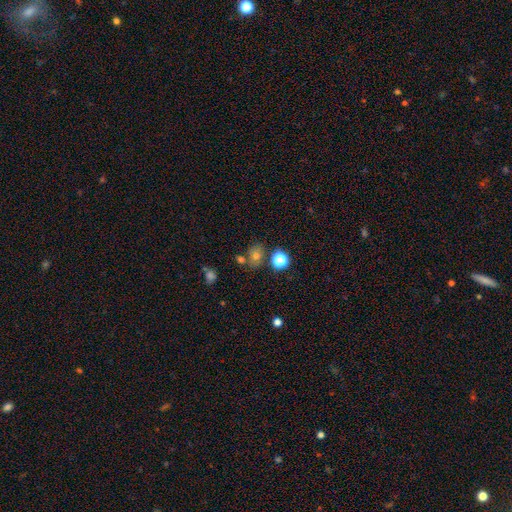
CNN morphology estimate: A smooth galaxy with no disk features (67%) that is round (60%). Merging: none (68%).